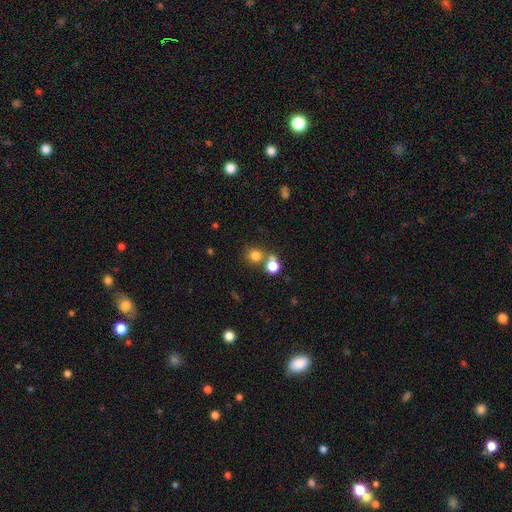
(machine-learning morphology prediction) A smooth galaxy with no disk features (76%) that is round (85%). Merging: none (63%).